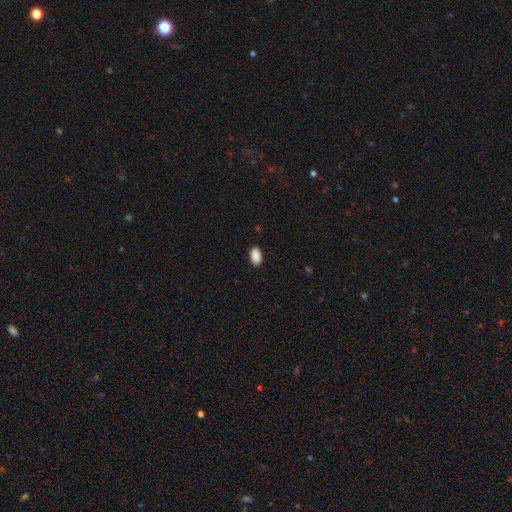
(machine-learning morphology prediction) Smooth or featured? smooth (90%)
How rounded? in between (94%)
Merging? none (88%)